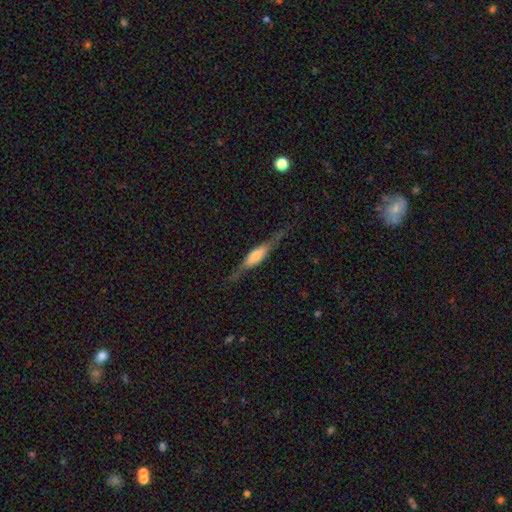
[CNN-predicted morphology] Q: Smooth or featured?
A: featured or disk (64%); runner-up: smooth (30%)
Q: Edge-on disk?
A: yes (94%); runner-up: no (6%)
Q: Edge-on bulge?
A: rounded (64%); runner-up: boxy (28%)
Q: Merging?
A: none (78%); runner-up: minor disturbance (15%)